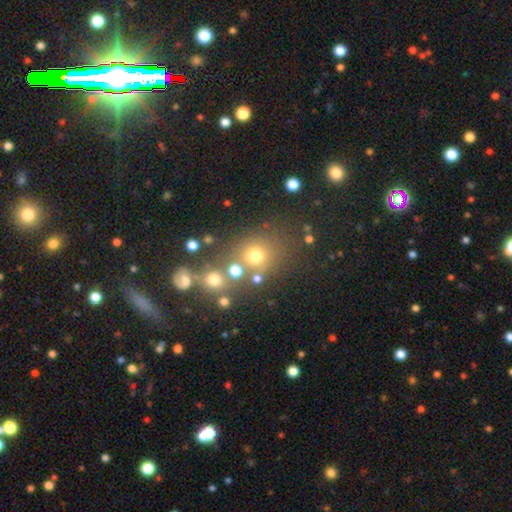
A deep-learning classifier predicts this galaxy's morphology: This is likely a smooth galaxy (67%). How rounded: likely round (78%). Merging: likely none (63%).